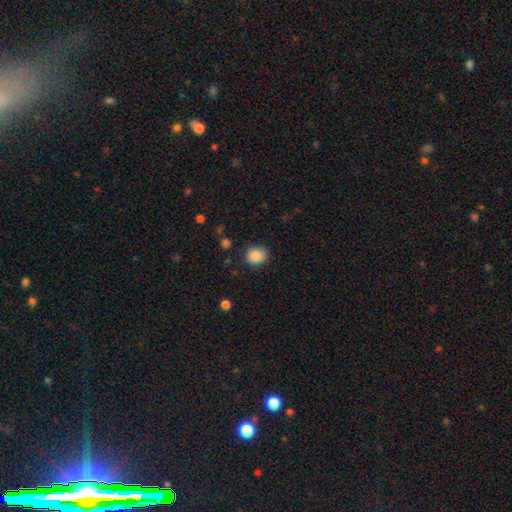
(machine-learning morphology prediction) This is clearly a smooth galaxy (88%). How rounded: likely round (67%). Merging: clearly none (83%).